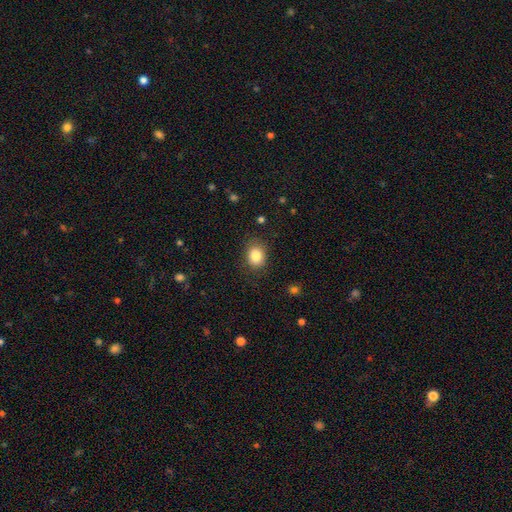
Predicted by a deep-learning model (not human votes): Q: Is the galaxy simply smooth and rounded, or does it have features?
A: smooth — 85%.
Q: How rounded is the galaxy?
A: round — 52%.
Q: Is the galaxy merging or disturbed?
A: none — 83%.